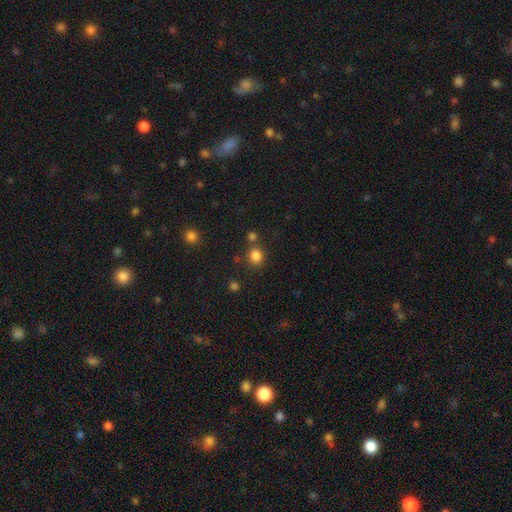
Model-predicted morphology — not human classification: smooth-or-featured: smooth: 82% | star or artifact: 13% | featured or disk: 4%
  how-rounded: round: 83% | in between: 16% | cigar-shaped: 1%
  merging: none: 75% | merger: 12% | minor disturbance: 9% | major disturbance: 3%